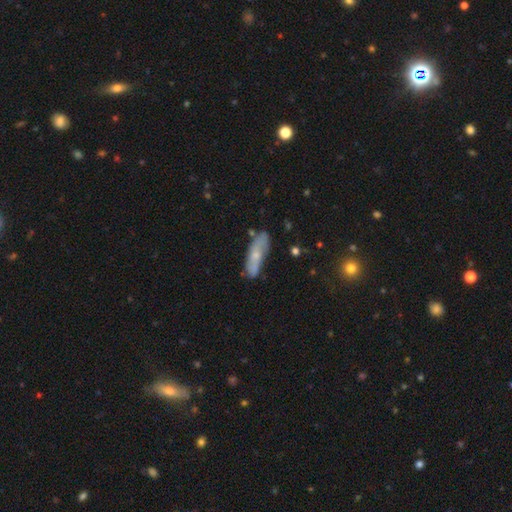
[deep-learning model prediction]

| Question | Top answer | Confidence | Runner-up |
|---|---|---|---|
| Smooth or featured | smooth | 51% | featured or disk (42%) |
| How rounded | cigar-shaped | 53% | in between (44%) |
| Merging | none | 67% | minor disturbance (24%) |